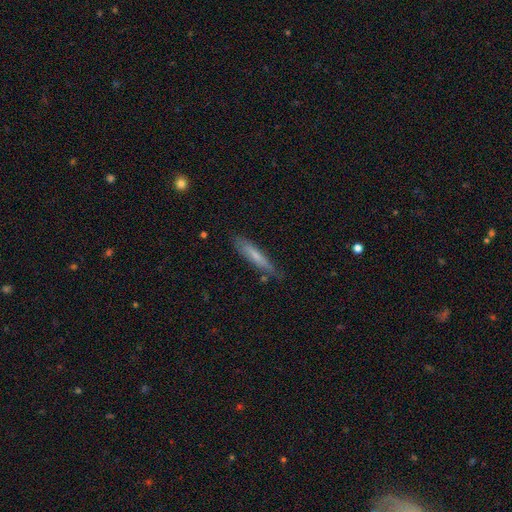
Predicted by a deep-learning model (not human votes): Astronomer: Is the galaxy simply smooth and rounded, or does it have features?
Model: smooth — 62%.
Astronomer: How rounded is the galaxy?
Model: cigar-shaped — 87%.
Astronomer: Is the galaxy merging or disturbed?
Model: none — 73%.